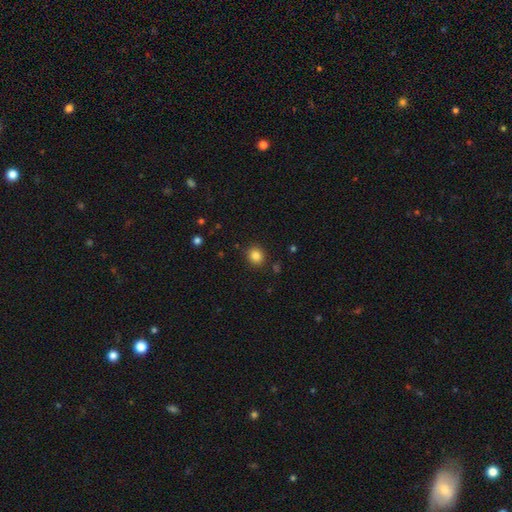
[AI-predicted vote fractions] Smooth or featured? smooth (84%)
How rounded? round (82%)
Merging? none (89%)